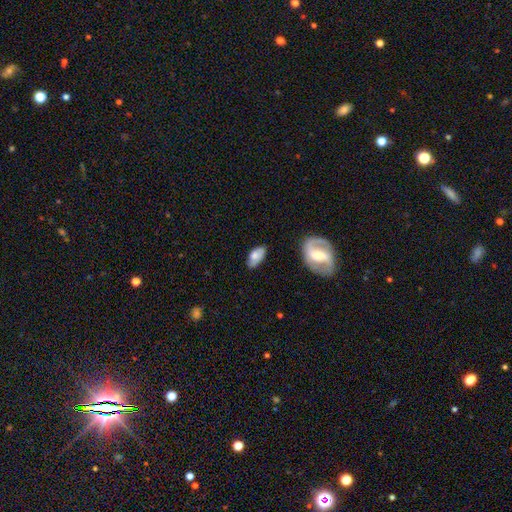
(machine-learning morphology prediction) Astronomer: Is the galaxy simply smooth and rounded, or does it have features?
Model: smooth — 64%.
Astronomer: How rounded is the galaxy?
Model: in between — 92%.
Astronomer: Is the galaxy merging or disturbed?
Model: none — 68%.